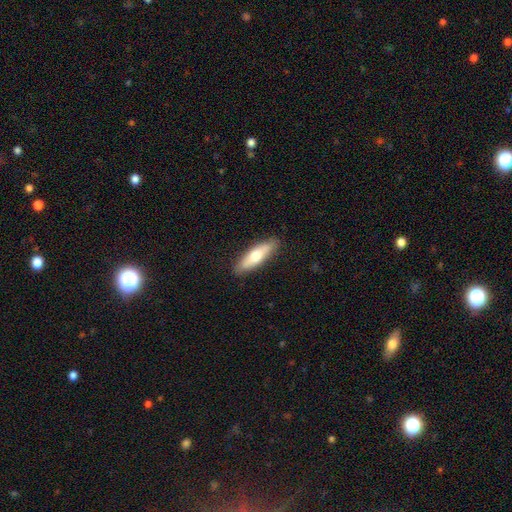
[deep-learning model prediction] Smooth or featured? smooth (65%)
How rounded? cigar-shaped (55%)
Merging? none (88%)